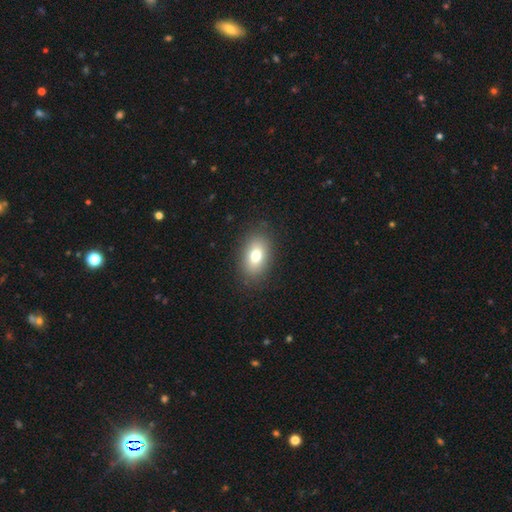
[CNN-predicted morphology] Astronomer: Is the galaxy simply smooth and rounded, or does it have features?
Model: smooth — 76%.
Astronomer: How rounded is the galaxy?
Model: in between — 85%.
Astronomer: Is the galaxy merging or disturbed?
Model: none — 86%.